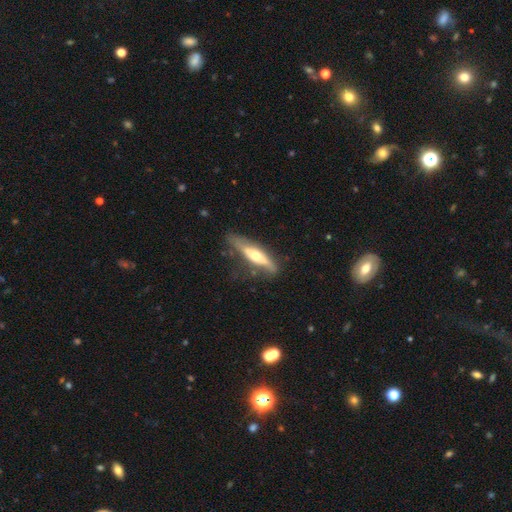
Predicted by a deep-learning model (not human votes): smooth-or-featured: featured or disk: 58% | smooth: 37% | star or artifact: 5%
  disk-edge-on: yes: 75% | no: 25%
  merging: none: 64% | minor disturbance: 24% | major disturbance: 8% | merger: 3%